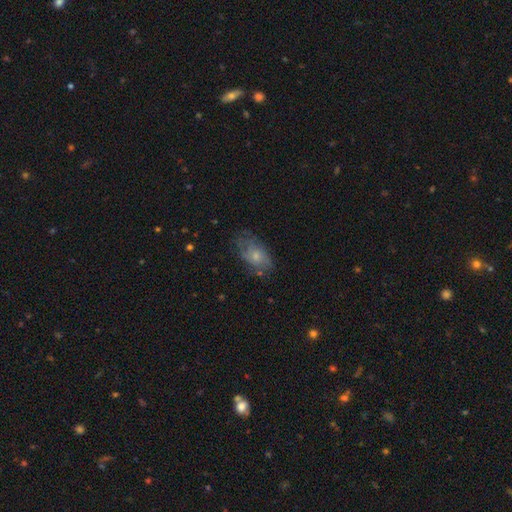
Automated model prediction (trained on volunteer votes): Overall: smooth (55%; featured or disk 37%). How rounded: in between (88%). Merging: none (53%; minor disturbance 29%).